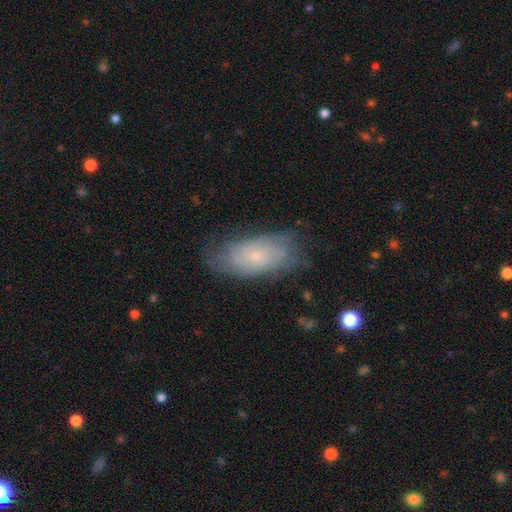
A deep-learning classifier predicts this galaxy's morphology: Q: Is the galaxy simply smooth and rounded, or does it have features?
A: featured or disk — 60%.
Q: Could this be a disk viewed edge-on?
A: no — 92%.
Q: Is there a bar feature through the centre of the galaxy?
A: no — 82%.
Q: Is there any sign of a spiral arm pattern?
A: yes — 82%.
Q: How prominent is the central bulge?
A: small — 82%.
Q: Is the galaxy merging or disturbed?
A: none — 70%.